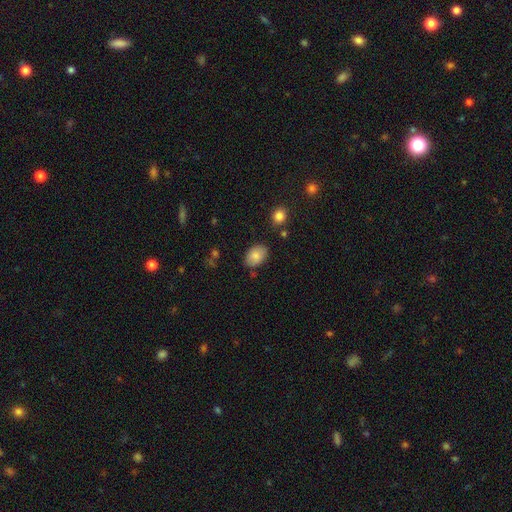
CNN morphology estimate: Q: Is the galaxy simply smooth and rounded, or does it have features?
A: smooth — 84%.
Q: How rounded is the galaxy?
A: in between — 83%.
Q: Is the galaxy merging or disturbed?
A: none — 80%.